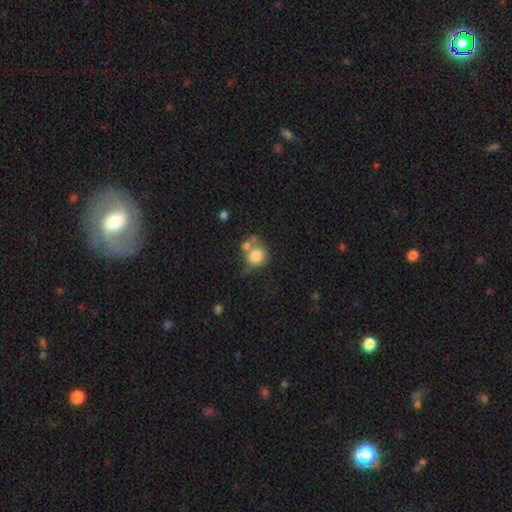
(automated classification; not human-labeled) The model was most divided on "merging": none: 46%, merger: 31%, minor disturbance: 16%, major disturbance: 7%. More confident: how rounded — round (86%); smooth or featured — smooth (79%).